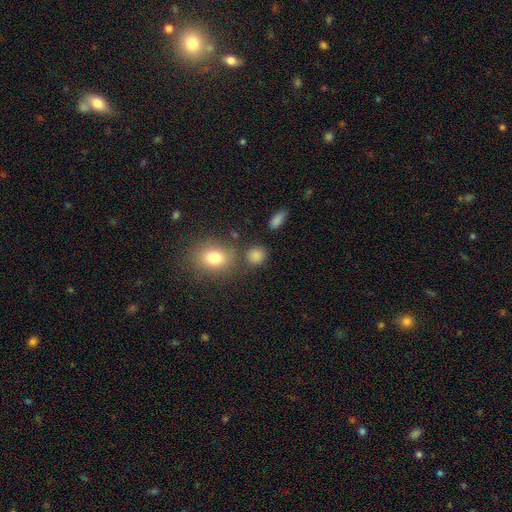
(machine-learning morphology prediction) This appears to be a smooth galaxy with no disk features (82%) that is round (80%). Merging: none (78%).